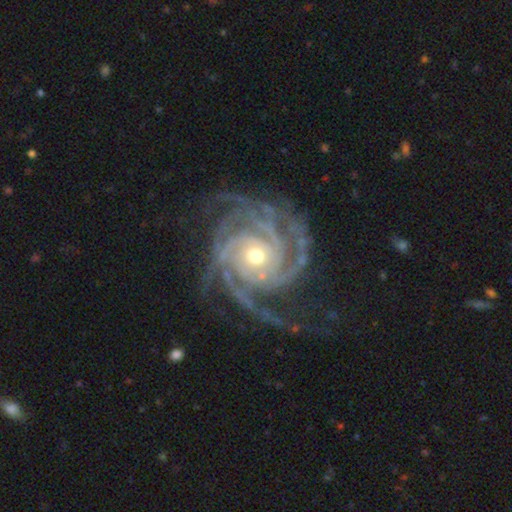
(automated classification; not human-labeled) Overall: featured or disk (93%). Edge-on disk: no (98%). Bar: no (74%). Spiral arms: yes (98%). Spiral arm count: 4 (24%; 3 21%). Spiral winding: tight (68%). Bulge size: moderate (53%; small 41%). Merging: none (68%).